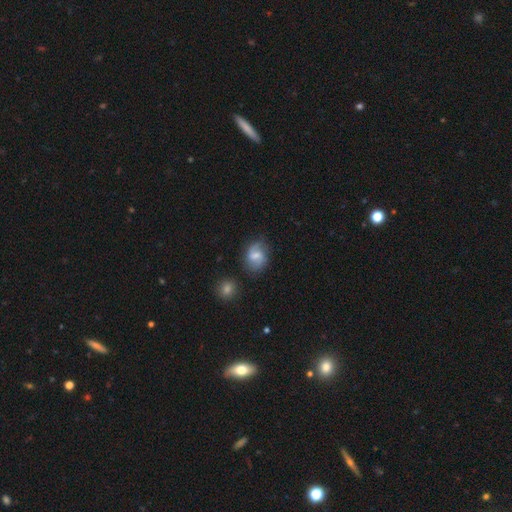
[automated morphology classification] featured or disk 49%, smooth 43%, star or artifact 8%. Down the decision tree: merging — none (71%).